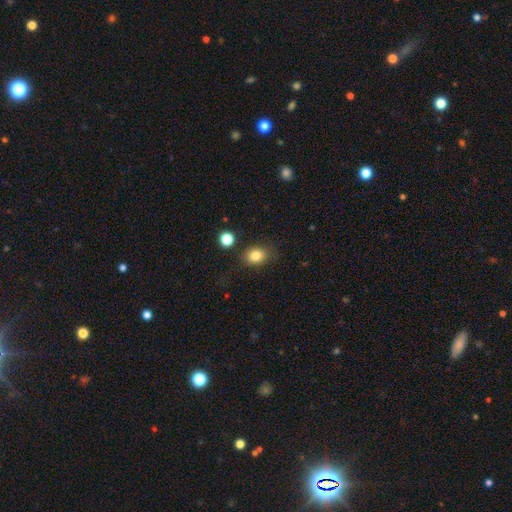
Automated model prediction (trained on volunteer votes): Smooth or featured: smooth — 82% (star or artifact — 11%)
How rounded: in between — 57% (round — 41%)
Merging: none — 79% (minor disturbance — 13%)